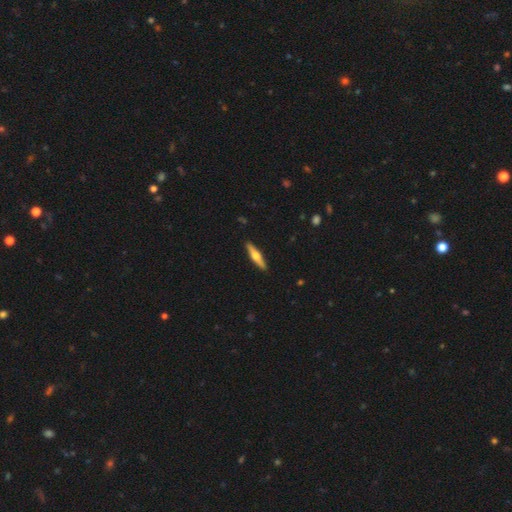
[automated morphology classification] Smooth or featured? featured or disk (56%)
Edge-on disk? yes (95%)
Edge-on bulge? rounded (93%)
Merging? none (91%)